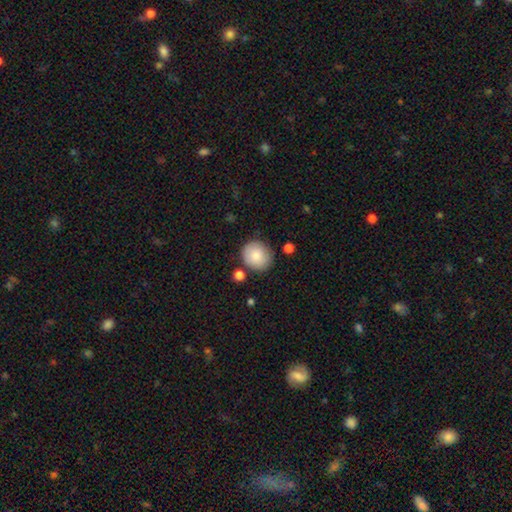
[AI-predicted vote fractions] smooth 84%, featured or disk 8%, star or artifact 8%. Down the decision tree: how rounded — round (84%); merging — none (81%).